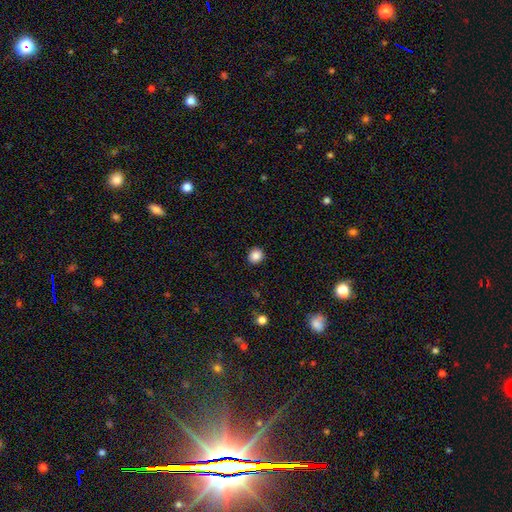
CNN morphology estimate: Smooth or featured?
  - smooth: 87% *
  - star or artifact: 10%
  - featured or disk: 3%
How rounded?
  - round: 86% *
  - in between: 13%
  - cigar-shaped: 1%
Merging?
  - none: 92% *
  - minor disturbance: 5%
  - major disturbance: 2%
  - merger: 1%